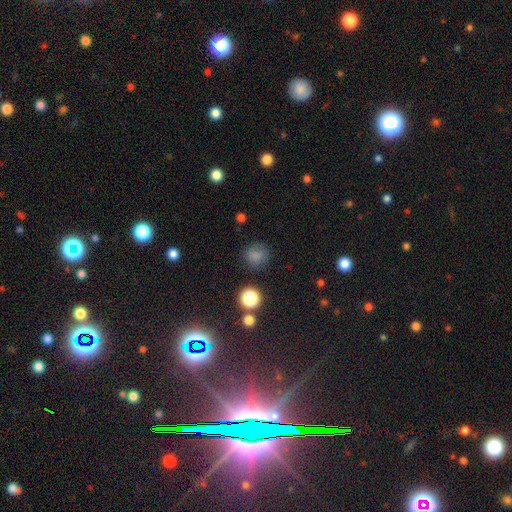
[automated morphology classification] This appears to be a smooth galaxy with no disk features (76%) that is round (84%). Merging: none (80%).